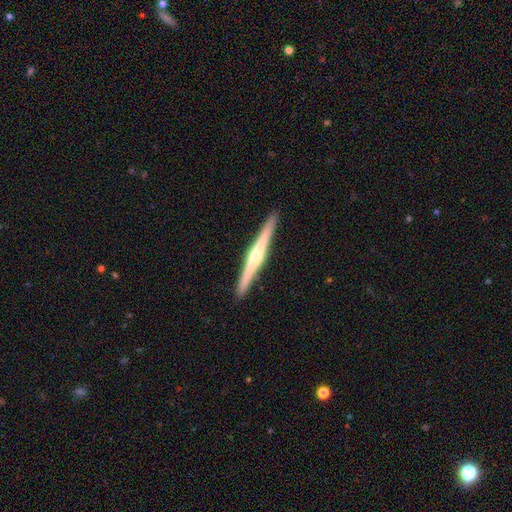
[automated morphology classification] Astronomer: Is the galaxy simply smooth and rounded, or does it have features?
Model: featured or disk — 75%.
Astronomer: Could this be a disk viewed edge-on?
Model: yes — 98%.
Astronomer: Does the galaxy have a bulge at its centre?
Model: rounded — 78%.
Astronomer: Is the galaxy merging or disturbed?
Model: none — 92%.